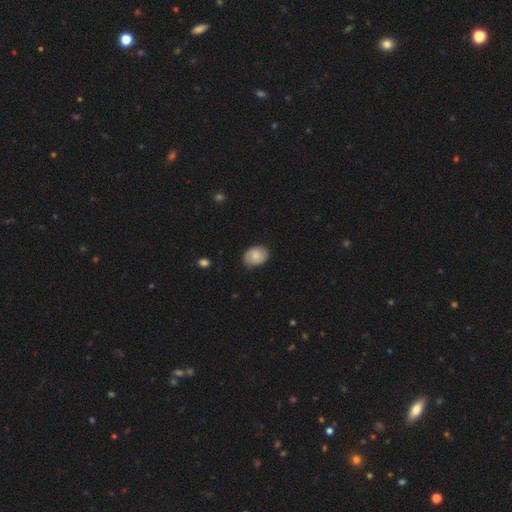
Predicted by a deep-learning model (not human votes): Smooth or featured? smooth (78%)
How rounded? in between (73%)
Merging? none (83%)